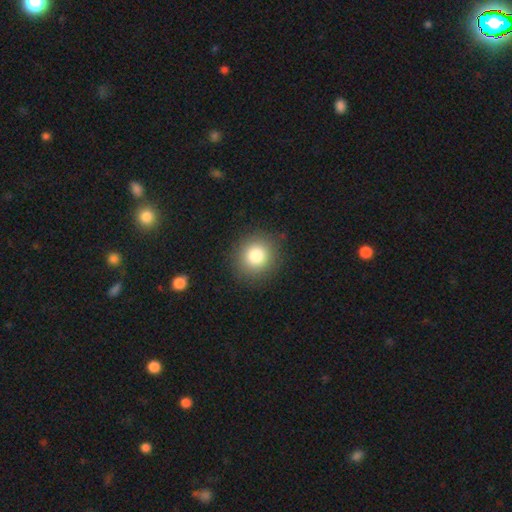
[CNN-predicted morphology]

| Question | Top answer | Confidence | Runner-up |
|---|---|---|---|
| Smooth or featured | smooth | 82% | star or artifact (11%) |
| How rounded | round | 91% | in between (8%) |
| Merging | none | 89% | minor disturbance (7%) |